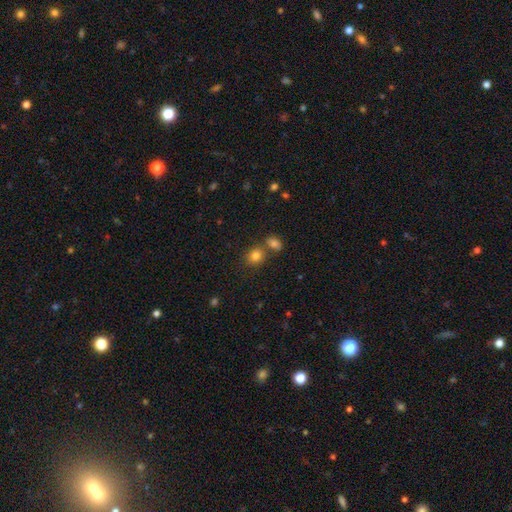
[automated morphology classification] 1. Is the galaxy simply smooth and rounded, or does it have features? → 82% smooth, 11% star or artifact, 7% featured or disk.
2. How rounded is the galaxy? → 65% round, 34% in between, 1% cigar-shaped.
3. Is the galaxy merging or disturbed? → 62% none, 26% merger, 9% minor disturbance, 3% major disturbance.